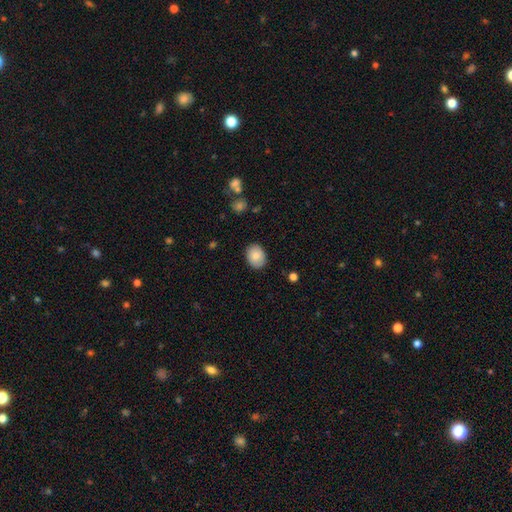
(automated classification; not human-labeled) The model was most divided on "how rounded": in between: 63%, round: 36%, cigar-shaped: 1%. More confident: merging — none (86%); smooth or featured — smooth (82%).